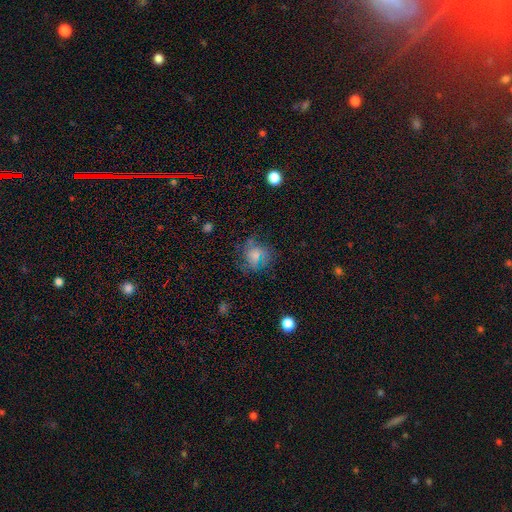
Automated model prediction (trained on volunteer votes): The model was most divided on "smooth or featured": smooth: 53%, featured or disk: 31%, star or artifact: 16%. More confident: how rounded — round (72%); merging — none (58%).